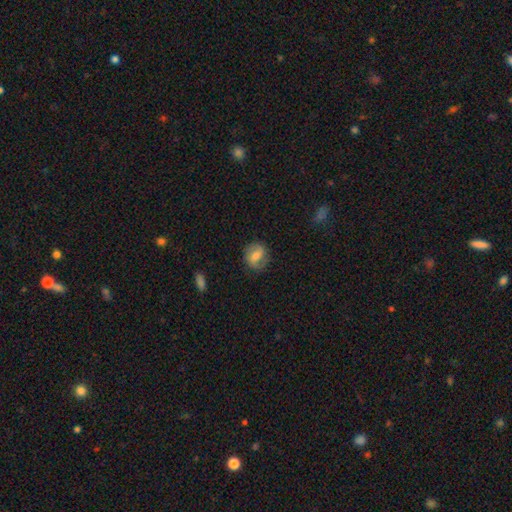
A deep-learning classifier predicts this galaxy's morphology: Overall: smooth (52%; featured or disk 40%). How rounded: round (62%; in between 36%). Merging: none (74%).